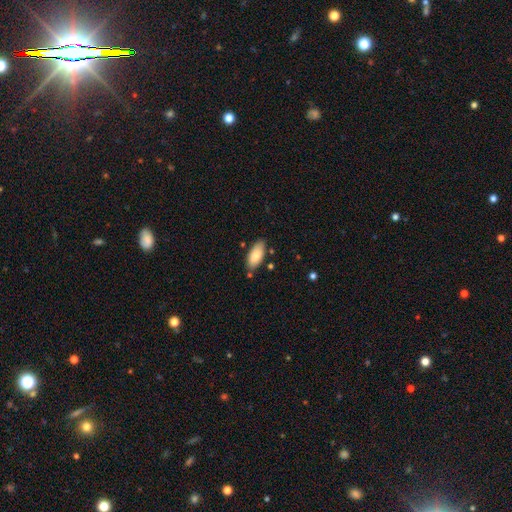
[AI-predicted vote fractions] A smooth galaxy with no disk features (83%) that is in between round and cigar-shaped (88%).

Vote fractions:
- Smooth or featured? smooth: 83% / featured or disk: 11% / star or artifact: 6%
- How rounded? in between: 88% / cigar-shaped: 11% / round: 2%
- Merging? none: 77% / minor disturbance: 15% / merger: 5% / major disturbance: 3%